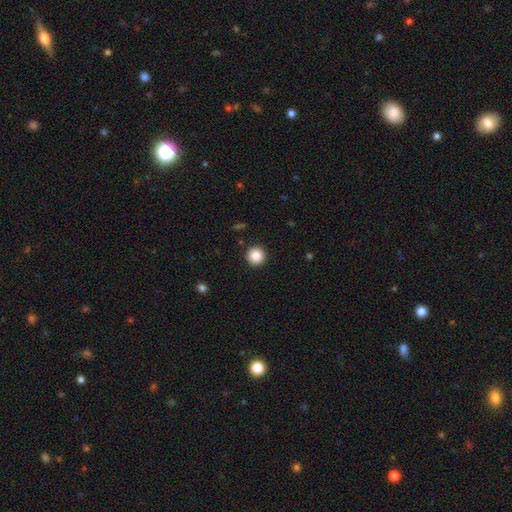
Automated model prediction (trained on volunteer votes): Q: Smooth or featured?
A: smooth (87%); runner-up: star or artifact (10%)
Q: How rounded?
A: round (96%); runner-up: in between (3%)
Q: Merging?
A: none (91%); runner-up: minor disturbance (6%)